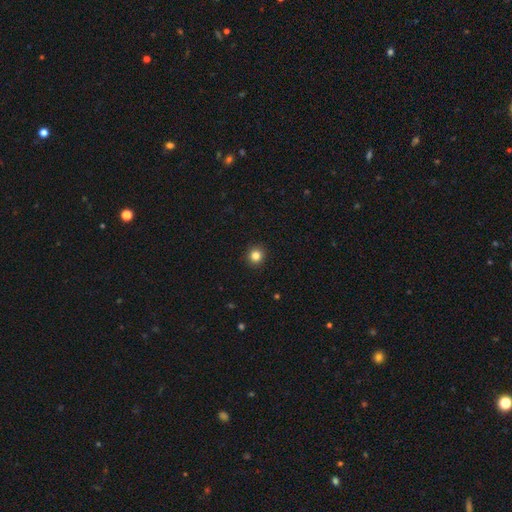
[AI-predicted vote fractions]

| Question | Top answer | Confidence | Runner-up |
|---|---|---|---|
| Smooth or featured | smooth | 84% | star or artifact (12%) |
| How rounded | round | 93% | in between (6%) |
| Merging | none | 93% | minor disturbance (4%) |